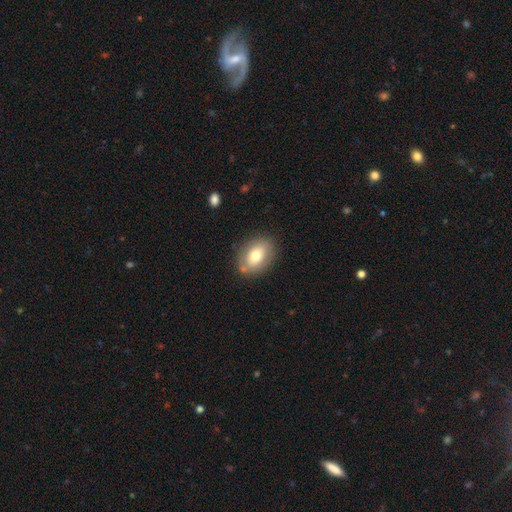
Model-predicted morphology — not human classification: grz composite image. It shows a smooth galaxy with no disk features (69%) that is in between round and cigar-shaped (77%). Merging: none (80%).